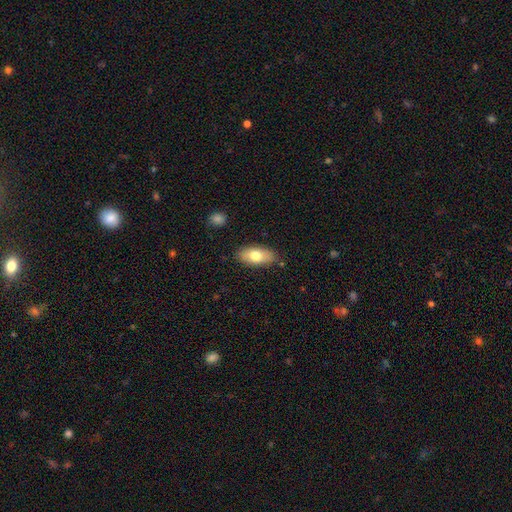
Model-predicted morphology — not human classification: A smooth galaxy with no disk features (74%) that is in between round and cigar-shaped (87%).

Vote fractions:
- Smooth or featured? smooth: 74% / featured or disk: 20% / star or artifact: 7%
- How rounded? in between: 87% / cigar-shaped: 10% / round: 4%
- Merging? none: 83% / minor disturbance: 13% / major disturbance: 3% / merger: 2%